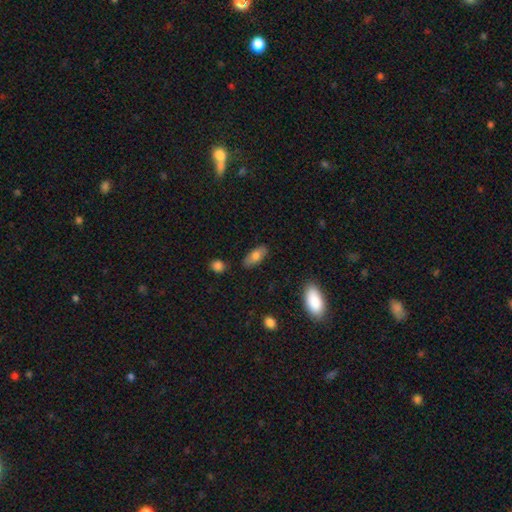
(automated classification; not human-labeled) This appears to be a smooth galaxy with no disk features (74%) that is in between round and cigar-shaped (87%). Merging: none (83%).